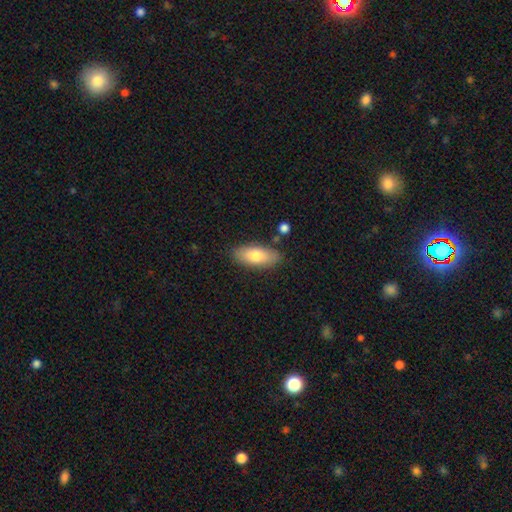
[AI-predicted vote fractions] A smooth galaxy with no disk features (76%) that is in between round and cigar-shaped (83%).

Vote fractions:
- Smooth or featured? smooth: 76% / featured or disk: 18% / star or artifact: 6%
- How rounded? in between: 83% / cigar-shaped: 14% / round: 3%
- Merging? none: 83% / minor disturbance: 11% / merger: 3% / major disturbance: 3%